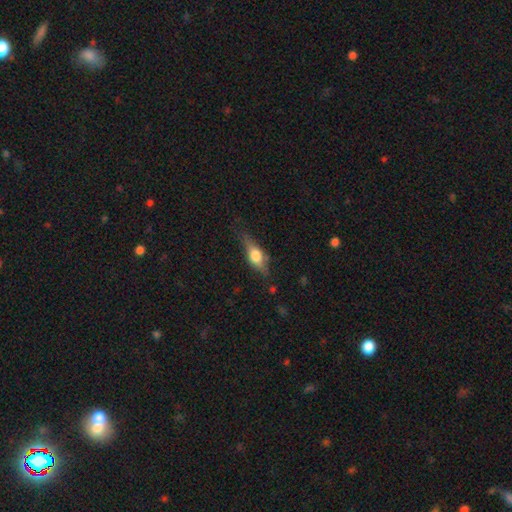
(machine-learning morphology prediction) Smooth or featured? Predicted: smooth (p=0.50). How rounded? Predicted: in between (p=0.56). Merging? Predicted: none (p=0.69).